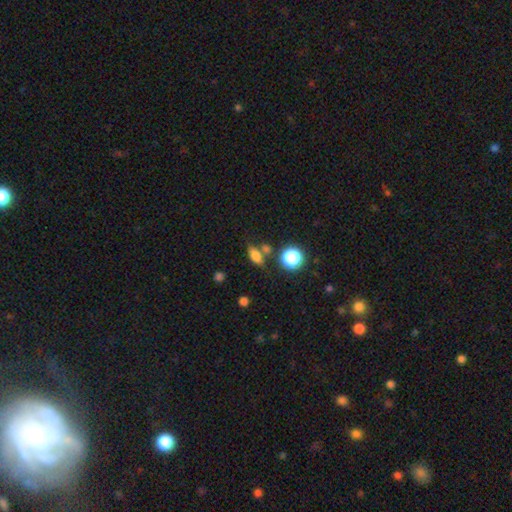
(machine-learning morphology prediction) Smooth or featured: smooth — 75% (star or artifact — 14%)
How rounded: in between — 70% (round — 17%)
Merging: none — 65% (minor disturbance — 16%)